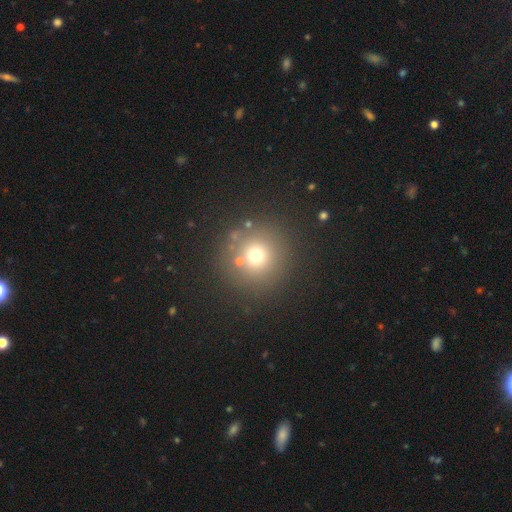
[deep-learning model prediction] smooth_or_featured: smooth (p=0.68) [alt: star or artifact p=0.21]
how_rounded: round (p=0.95) [alt: in between p=0.04]
merging: none (p=0.81) [alt: minor disturbance p=0.08]